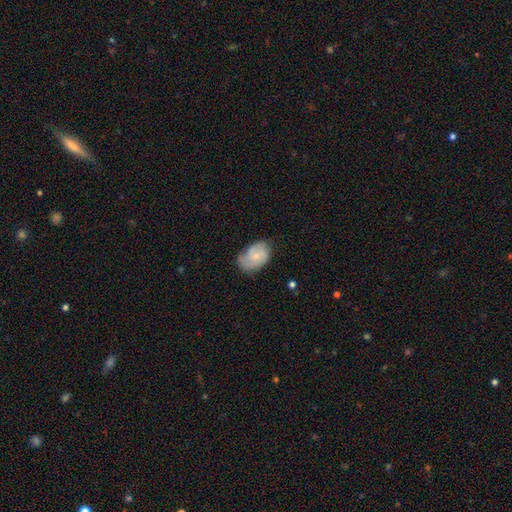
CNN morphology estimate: Q: Smooth or featured?
A: featured or disk (50%); runner-up: smooth (43%)
Q: Merging?
A: none (57%); runner-up: minor disturbance (31%)